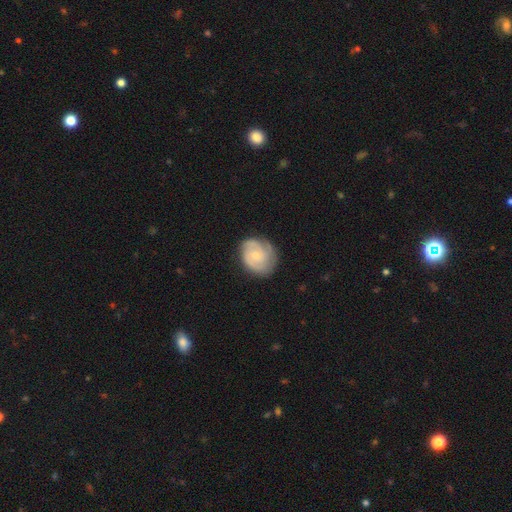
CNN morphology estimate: smooth-or-featured: featured or disk: 71% | smooth: 23% | star or artifact: 6%
  disk-edge-on: no: 98% | yes: 2%
    bar: no: 70% | weak: 27% | strong: 3%
    has-spiral-arms: yes: 94% | no: 6%
      spiral-winding: tight: 56% | medium: 35% | loose: 9%
      spiral-arm-count: 2: 42% | 3: 25% | can't tell: 21% | 1: 5% | 4: 4% | more than 4: 3%
    bulge-size: small: 65% | moderate: 26% | none: 6% | large: 2% | dominant: 1%
  merging: none: 75% | minor disturbance: 18% | major disturbance: 6% | merger: 1%